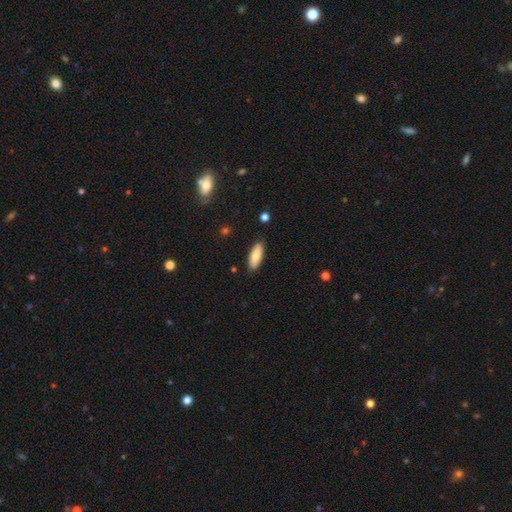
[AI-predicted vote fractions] A smooth galaxy with no disk features (81%) that is in between round and cigar-shaped (74%).

Vote fractions:
- Smooth or featured? smooth: 81% / featured or disk: 13% / star or artifact: 6%
- How rounded? in between: 74% / cigar-shaped: 24% / round: 2%
- Merging? none: 87% / minor disturbance: 10% / major disturbance: 2% / merger: 1%